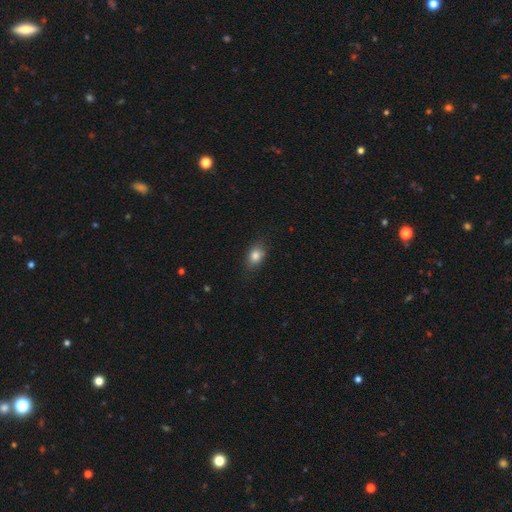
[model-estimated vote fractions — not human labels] Morphology: type=smooth (82%); roundness=in between (73%); merging=none (81%).